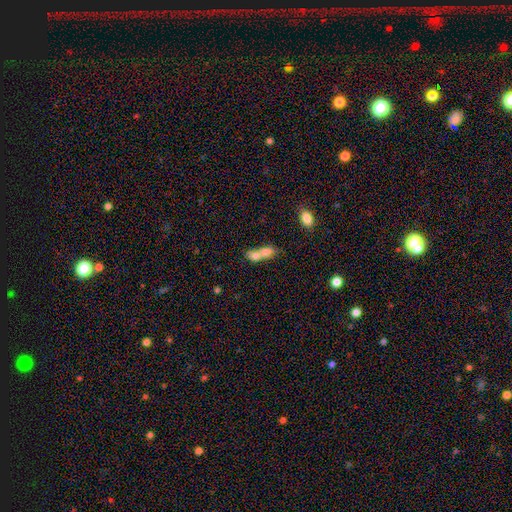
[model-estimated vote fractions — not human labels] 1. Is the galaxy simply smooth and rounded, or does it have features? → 72% smooth, 19% featured or disk, 10% star or artifact.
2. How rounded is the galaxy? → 66% in between, 22% round, 13% cigar-shaped.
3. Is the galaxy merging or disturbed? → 72% merger, 17% none, 7% minor disturbance, 5% major disturbance.